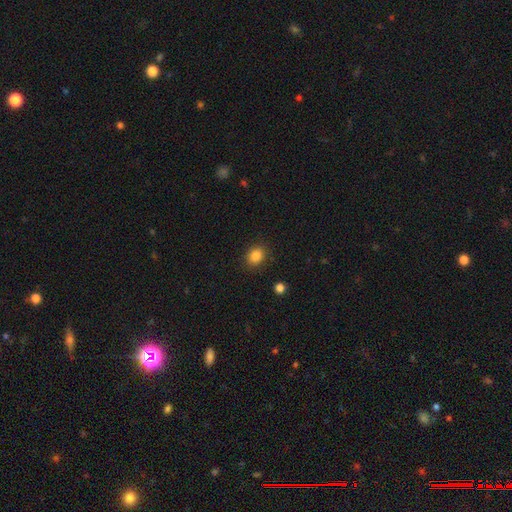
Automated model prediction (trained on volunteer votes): smooth-or-featured: smooth: 85% | star or artifact: 11% | featured or disk: 5%
  how-rounded: round: 60% | in between: 39% | cigar-shaped: 1%
  merging: none: 87% | minor disturbance: 9% | major disturbance: 3% | merger: 1%